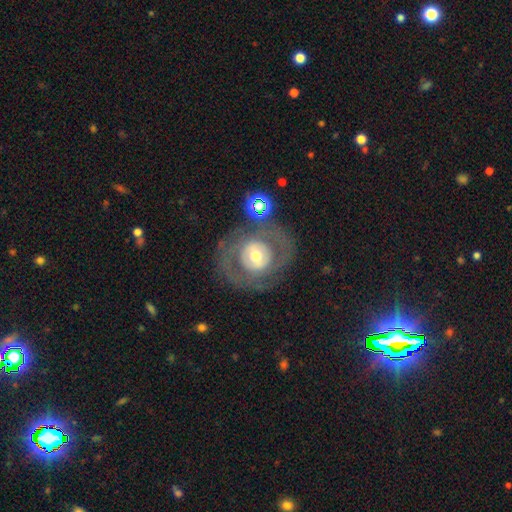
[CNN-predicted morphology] A featured or disk galaxy (60%) with no bar (65%), no spiral arms (64%) and a moderate central bulge (65%). Merging: none (72%).